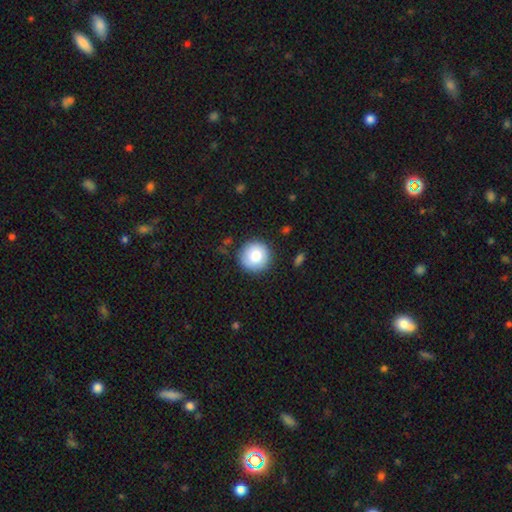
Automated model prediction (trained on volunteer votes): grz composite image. It shows a smooth galaxy with no disk features (81%) that is round (96%). Merging: none (89%).